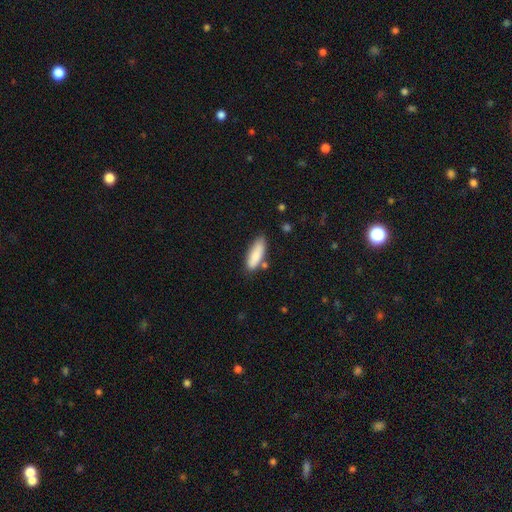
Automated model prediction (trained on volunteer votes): Q: Smooth or featured?
A: smooth (84%); runner-up: featured or disk (10%)
Q: How rounded?
A: in between (65%); runner-up: cigar-shaped (33%)
Q: Merging?
A: none (71%); runner-up: minor disturbance (19%)